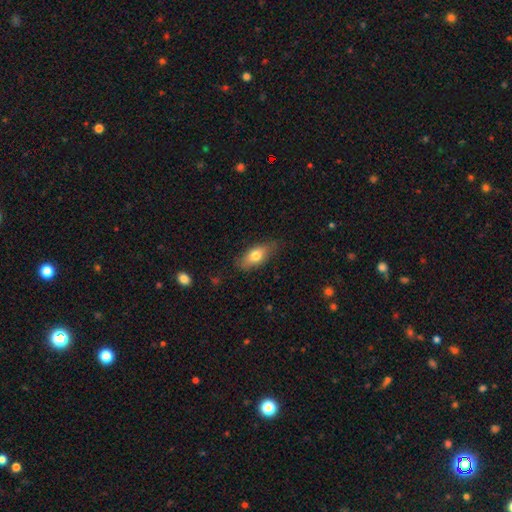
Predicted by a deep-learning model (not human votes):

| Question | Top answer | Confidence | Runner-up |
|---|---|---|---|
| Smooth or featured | smooth | 72% | featured or disk (21%) |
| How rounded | in between | 79% | cigar-shaped (16%) |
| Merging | none | 79% | minor disturbance (17%) |